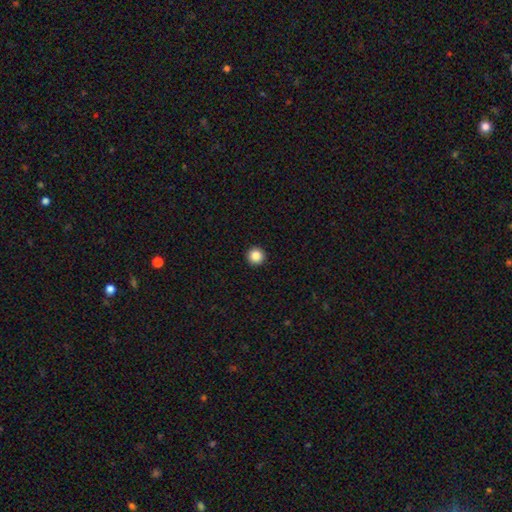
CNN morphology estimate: smooth 86%, star or artifact 10%, featured or disk 4%. Down the decision tree: how rounded — round (97%); merging — none (94%).